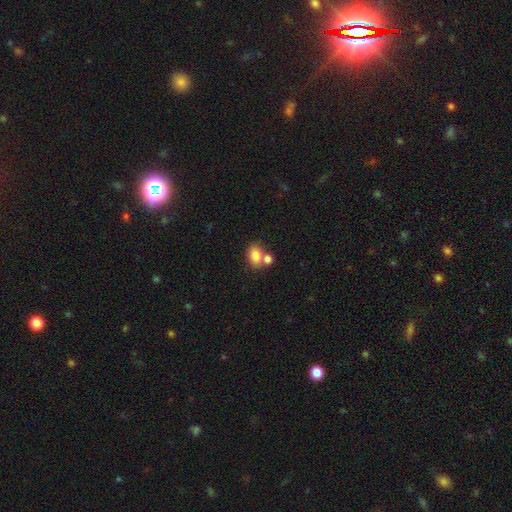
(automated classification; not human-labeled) Overall: smooth (83%). How rounded: in between (81%). Merging: none (47%; merger 38%).